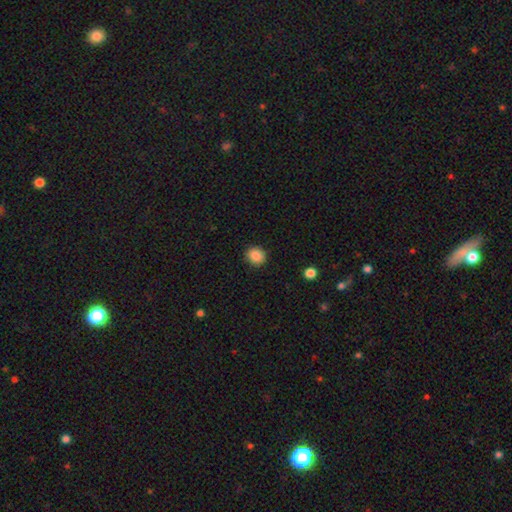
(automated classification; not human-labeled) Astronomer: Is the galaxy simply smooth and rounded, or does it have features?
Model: smooth — 87%.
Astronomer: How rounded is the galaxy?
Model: round — 82%.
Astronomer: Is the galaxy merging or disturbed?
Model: none — 91%.